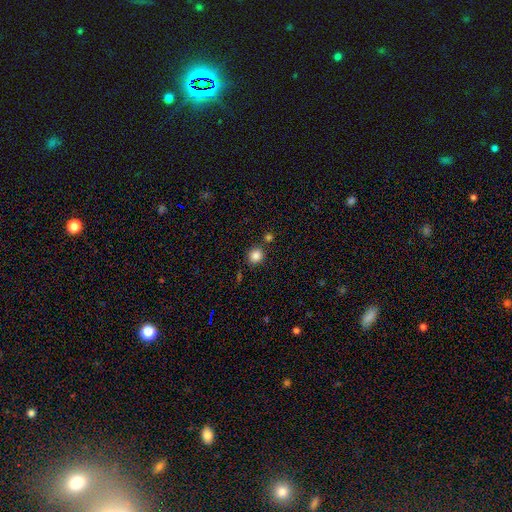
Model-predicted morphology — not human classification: A smooth galaxy with no disk features (85%) that is round (85%). Merging: none (82%).